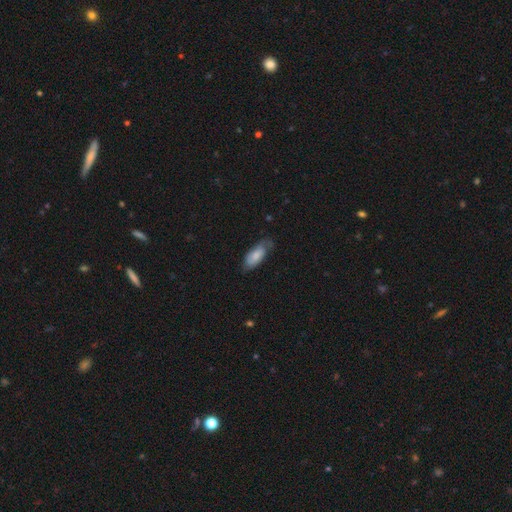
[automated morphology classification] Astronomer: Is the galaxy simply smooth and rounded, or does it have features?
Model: smooth — 64%.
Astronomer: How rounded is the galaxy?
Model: in between — 84%.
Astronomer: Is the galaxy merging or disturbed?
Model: none — 57%.